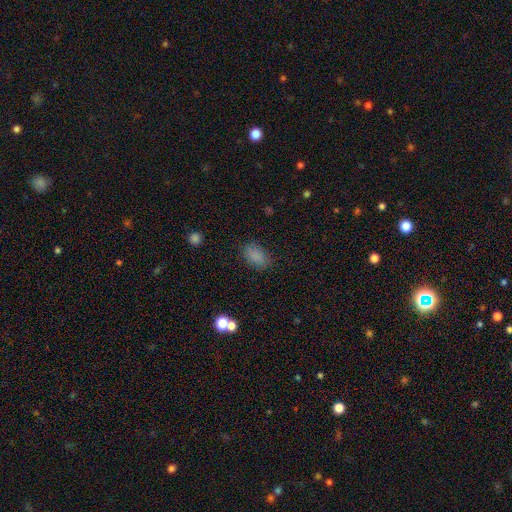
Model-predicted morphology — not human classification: This appears to be a smooth galaxy with no disk features (84%) that is in between round and cigar-shaped (88%). Merging: none (81%).